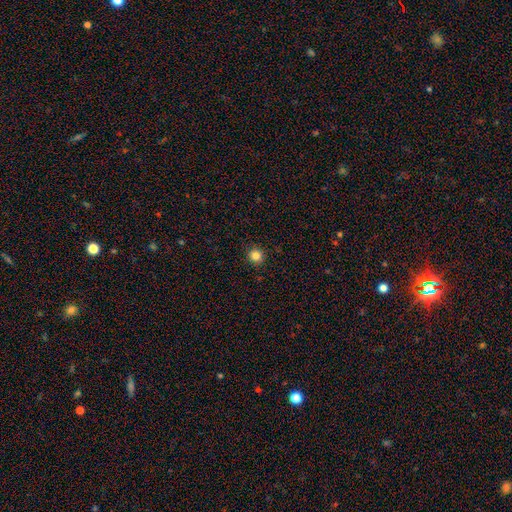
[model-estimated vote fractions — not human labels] Morphology: type=smooth (84%); roundness=round (93%); merging=none (91%).